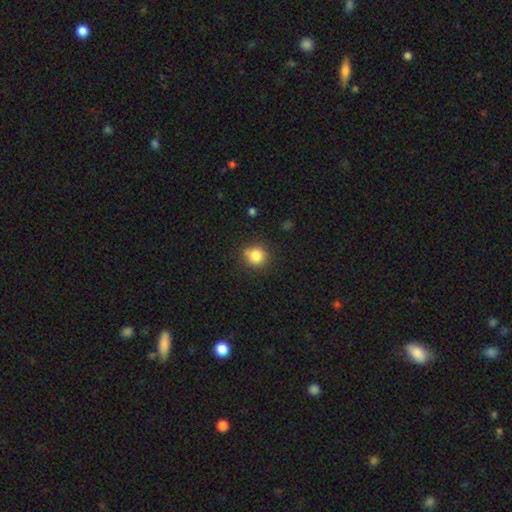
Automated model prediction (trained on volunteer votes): smooth 83%, star or artifact 11%, featured or disk 6%. Down the decision tree: how rounded — round (89%); merging — none (77%).